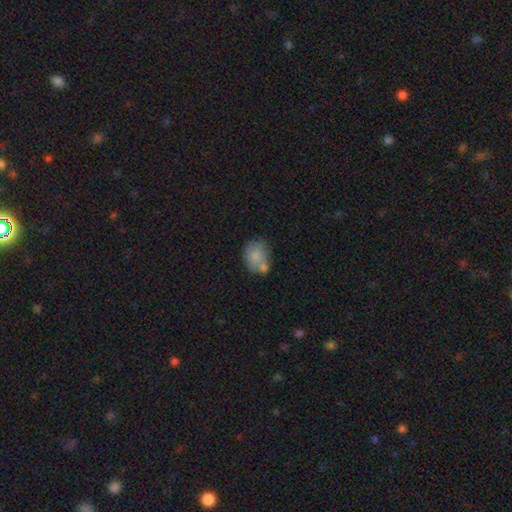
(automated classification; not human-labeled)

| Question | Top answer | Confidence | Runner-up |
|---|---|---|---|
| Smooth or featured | smooth | 75% | featured or disk (17%) |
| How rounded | in between | 58% | round (41%) |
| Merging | merger | 40% | none (36%) |